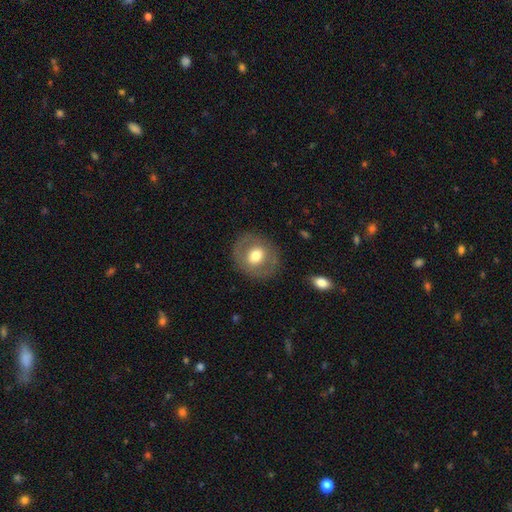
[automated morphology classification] A smooth galaxy with no disk features (57%) that is round (73%). Merging: none (83%).